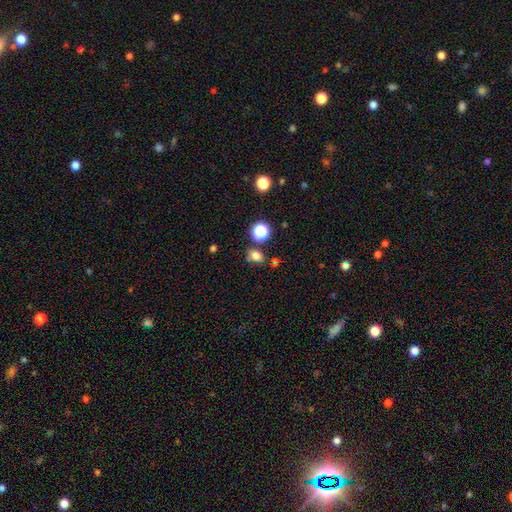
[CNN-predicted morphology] Smooth or featured? Predicted: smooth (p=0.74). How rounded? Predicted: round (p=0.52). Merging? Predicted: none (p=0.69).